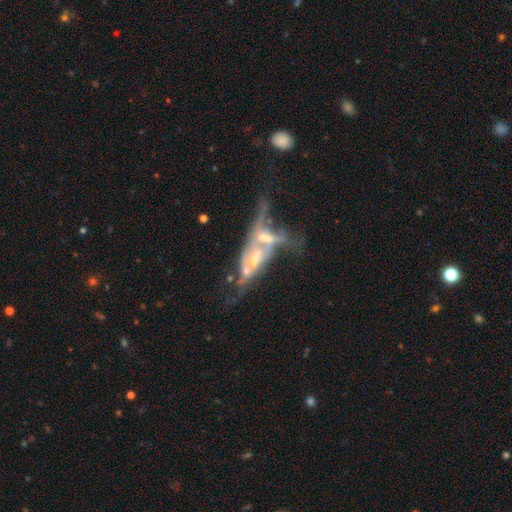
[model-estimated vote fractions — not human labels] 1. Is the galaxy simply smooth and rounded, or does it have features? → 71% featured or disk, 18% smooth, 12% star or artifact.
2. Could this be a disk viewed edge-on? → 75% no, 25% yes.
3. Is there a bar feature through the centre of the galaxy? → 71% no, 20% weak, 10% strong.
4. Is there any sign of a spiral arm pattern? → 62% no, 38% yes.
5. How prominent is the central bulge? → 39% moderate, 28% small, 22% none, 8% large, 2% dominant.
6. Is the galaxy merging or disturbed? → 65% merger, 17% major disturbance, 11% none, 7% minor disturbance.